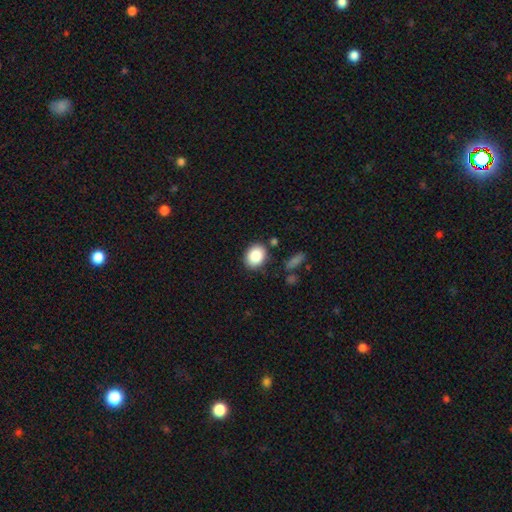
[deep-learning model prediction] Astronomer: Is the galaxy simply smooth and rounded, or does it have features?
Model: smooth — 86%.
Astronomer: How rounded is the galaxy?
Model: in between — 54% (runner-up: round, 45%).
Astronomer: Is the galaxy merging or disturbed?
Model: none — 82%.